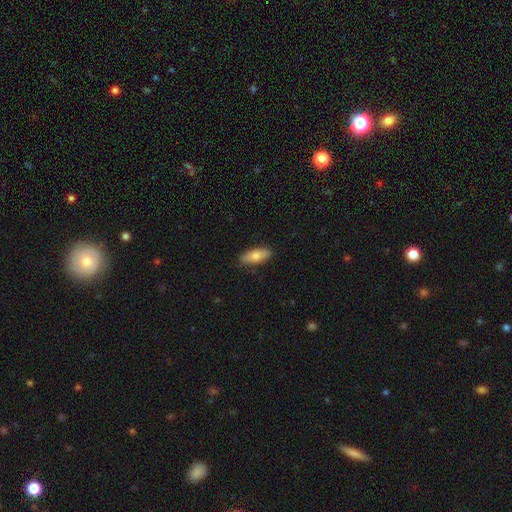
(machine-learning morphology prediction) Smooth or featured?
  - smooth: 77% *
  - featured or disk: 17%
  - star or artifact: 6%
How rounded?
  - in between: 68% *
  - cigar-shaped: 30%
  - round: 2%
Merging?
  - none: 86% *
  - minor disturbance: 11%
  - major disturbance: 2%
  - merger: 1%